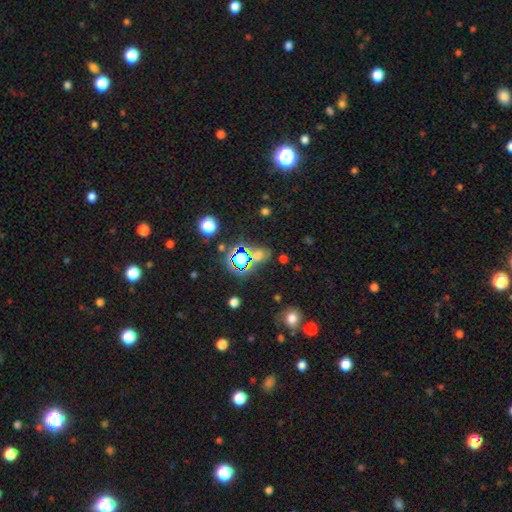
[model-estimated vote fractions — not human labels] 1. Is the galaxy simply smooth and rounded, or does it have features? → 70% star or artifact, 22% smooth, 9% featured or disk.